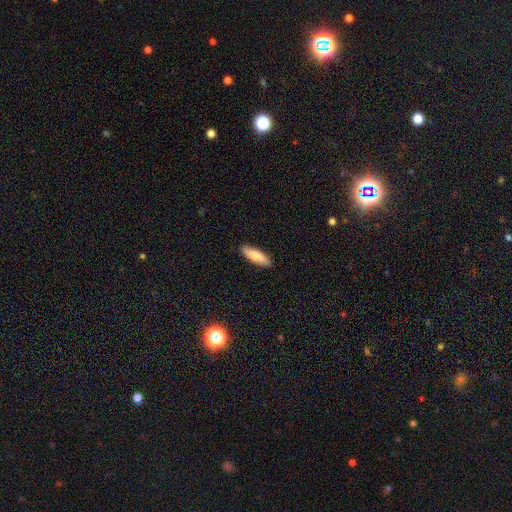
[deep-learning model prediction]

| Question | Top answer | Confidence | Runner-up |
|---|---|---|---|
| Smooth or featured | smooth | 80% | featured or disk (14%) |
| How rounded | cigar-shaped | 51% | in between (48%) |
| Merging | none | 88% | minor disturbance (9%) |